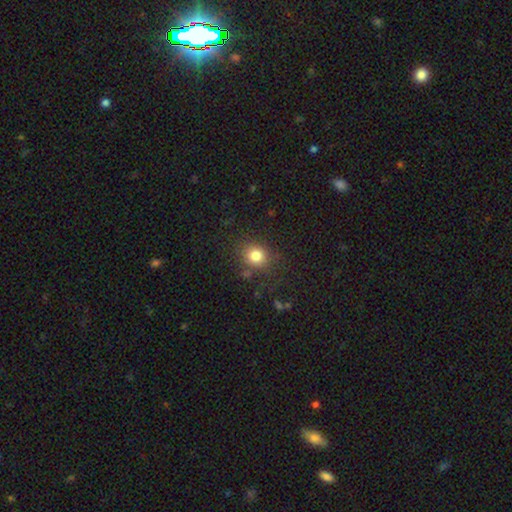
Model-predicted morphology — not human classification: This is clearly a smooth galaxy (81%). How rounded: likely round (77%). Merging: clearly none (81%).